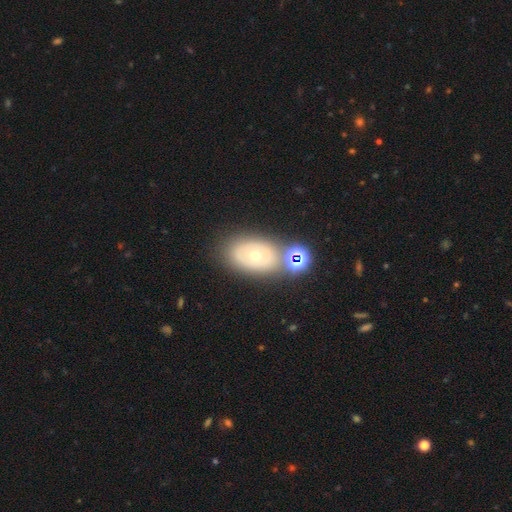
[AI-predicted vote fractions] Overall: featured or disk (52%; smooth 36%). Edge-on disk: no (92%). Merging: none (70%).